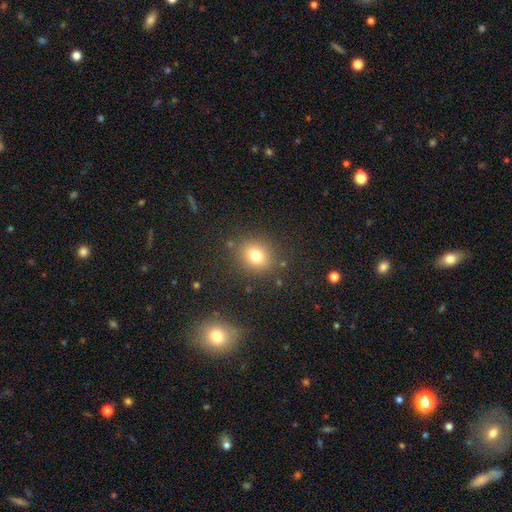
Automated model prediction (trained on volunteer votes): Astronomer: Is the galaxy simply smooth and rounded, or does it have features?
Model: smooth — 78%.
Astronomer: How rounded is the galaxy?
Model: round — 68%.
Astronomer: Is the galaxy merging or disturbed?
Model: none — 84%.